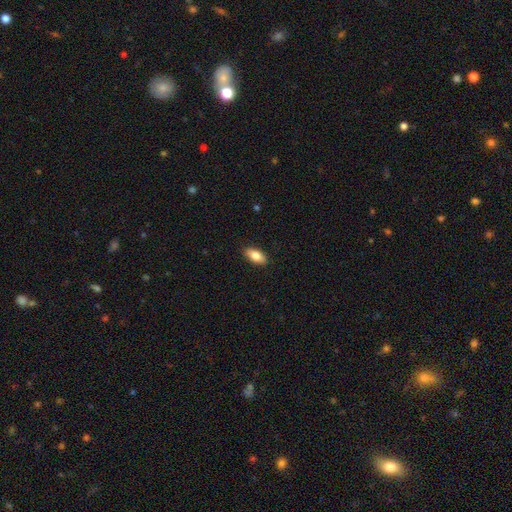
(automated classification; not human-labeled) This is clearly a smooth galaxy (80%). How rounded: clearly in between (87%). Merging: clearly none (90%).